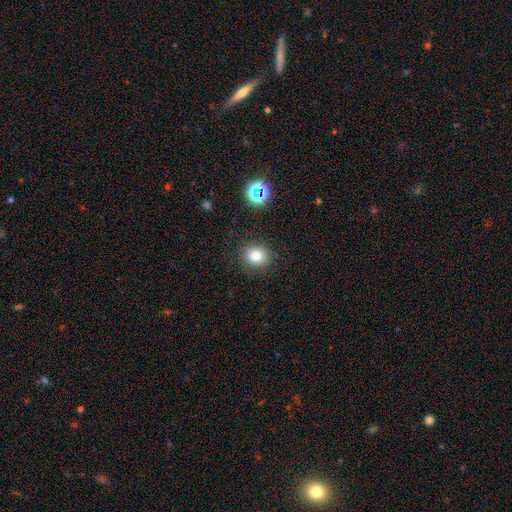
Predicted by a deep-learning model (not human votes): smooth-or-featured: smooth: 79% | star or artifact: 14% | featured or disk: 7%
  how-rounded: round: 75% | in between: 24% | cigar-shaped: 1%
  merging: none: 87% | minor disturbance: 9% | major disturbance: 3% | merger: 2%